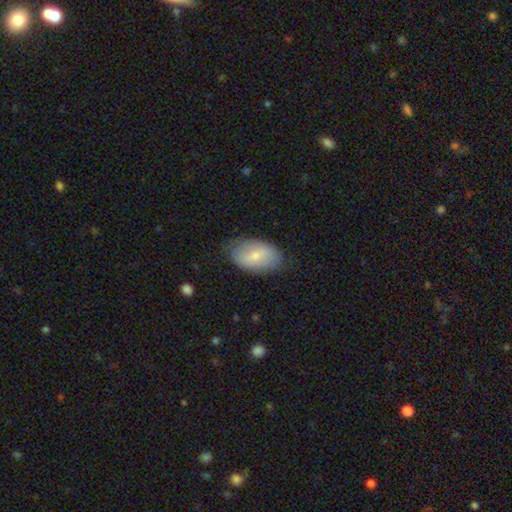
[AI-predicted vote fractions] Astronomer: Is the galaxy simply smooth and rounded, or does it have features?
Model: smooth — 68%.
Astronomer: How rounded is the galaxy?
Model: in between — 92%.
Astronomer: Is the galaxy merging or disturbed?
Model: none — 75%.